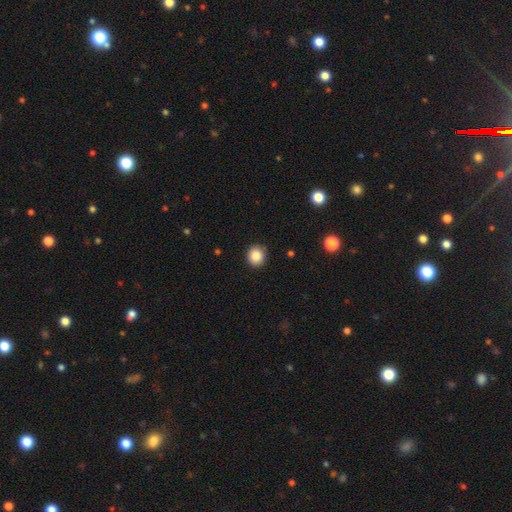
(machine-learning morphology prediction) Q: Smooth or featured?
A: smooth (86%); runner-up: star or artifact (9%)
Q: How rounded?
A: round (88%); runner-up: in between (11%)
Q: Merging?
A: none (90%); runner-up: minor disturbance (7%)